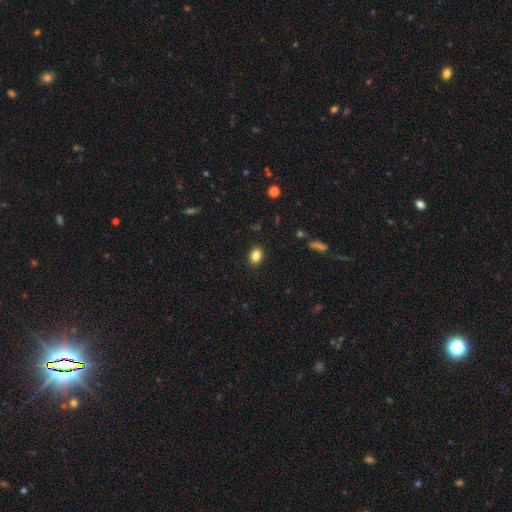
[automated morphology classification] A smooth galaxy with no disk features (83%) that is in between round and cigar-shaped (70%). Merging: none (88%).